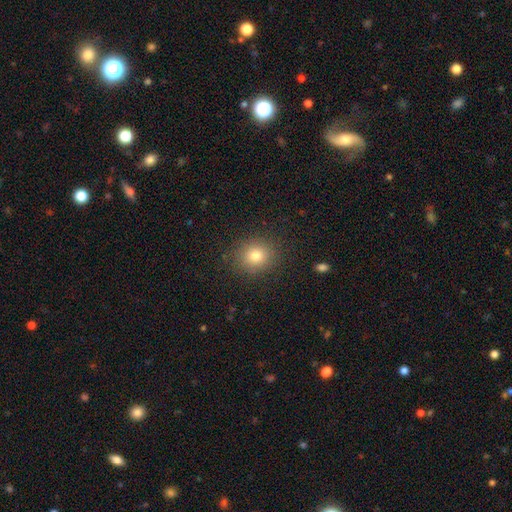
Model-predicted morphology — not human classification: A smooth galaxy with no disk features (80%) that is round (82%).

Vote fractions:
- Smooth or featured? smooth: 80% / star or artifact: 13% / featured or disk: 8%
- How rounded? round: 82% / in between: 17% / cigar-shaped: 1%
- Merging? none: 88% / minor disturbance: 8% / major disturbance: 3% / merger: 1%